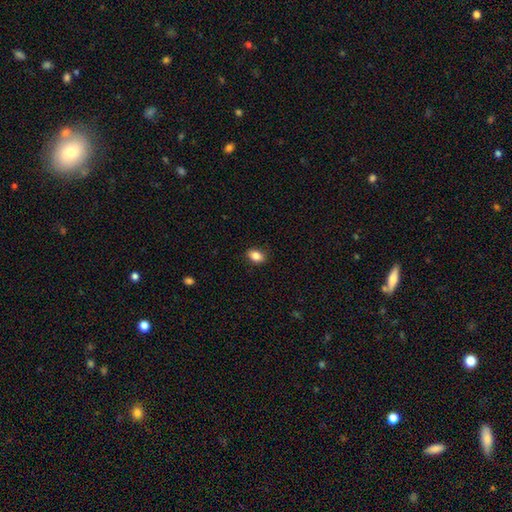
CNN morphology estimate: This is clearly a smooth galaxy (84%). How rounded: likely in between (77%). Merging: clearly none (88%).